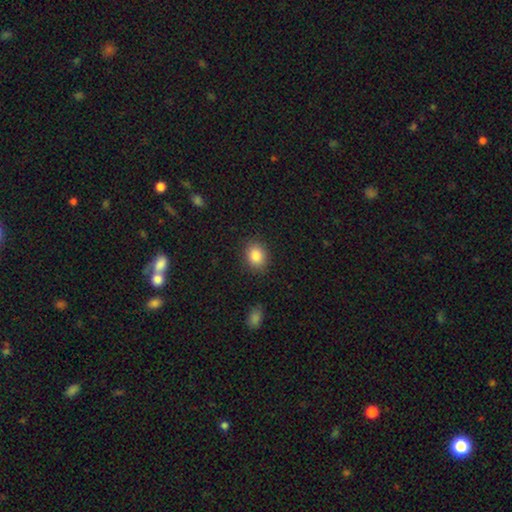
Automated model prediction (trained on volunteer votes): smooth-or-featured: smooth: 86% | star or artifact: 9% | featured or disk: 5%
  how-rounded: round: 53% | in between: 46% | cigar-shaped: 1%
  merging: none: 87% | minor disturbance: 9% | major disturbance: 3% | merger: 1%